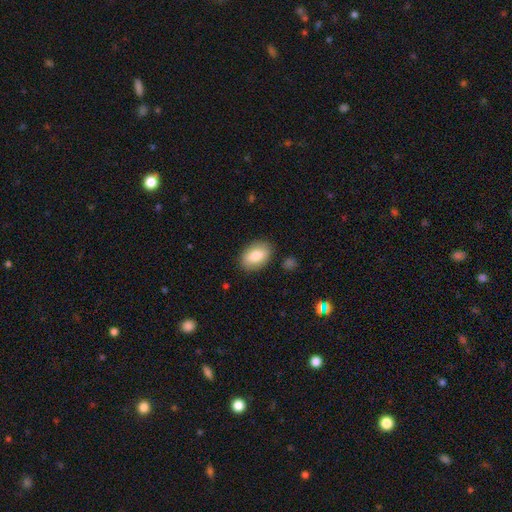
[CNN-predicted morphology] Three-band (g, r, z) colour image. It shows a smooth galaxy with no disk features (79%) that is in between round and cigar-shaped (88%). Merging: none (85%).